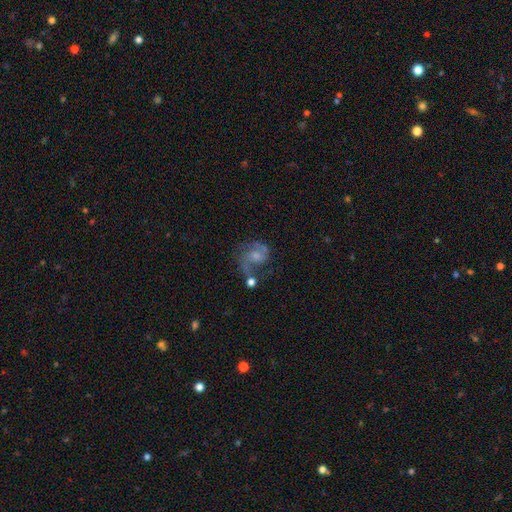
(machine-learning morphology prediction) A featured or disk galaxy (74%) with no bar (61%), 2 (74%) medium (49%) spiral arms (91%) and a small central bulge (43%).

Vote fractions:
- Smooth or featured? featured or disk: 74% / smooth: 17% / star or artifact: 9%
- Edge-on disk? no: 98% / yes: 2%
- Bar? no: 61% / weak: 34% / strong: 5%
- Spiral arms? yes: 91% / no: 9%
- Spiral winding? medium: 49% / loose: 34% / tight: 16%
- Spiral arm count? 2: 74% / 1: 12% / can't tell: 8% / 3: 3% / 4: 1% / more than 4: 1%
- Bulge size? small: 43% / moderate: 42% / none: 9% / large: 5% / dominant: 1%
- Merging? none: 44% / major disturbance: 23% / minor disturbance: 20% / merger: 14%